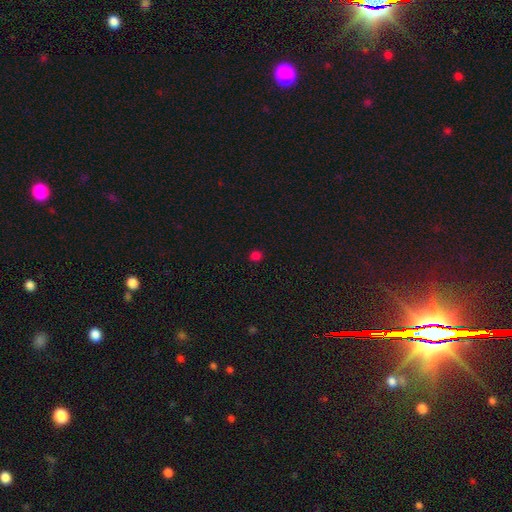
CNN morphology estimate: A smooth galaxy with no disk features (78%) that is round (87%). Merging: none (91%).